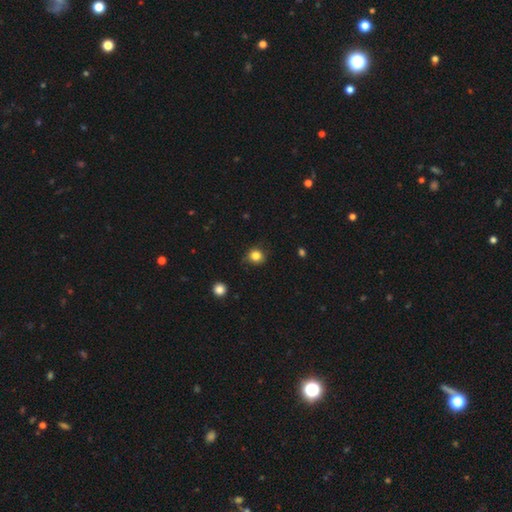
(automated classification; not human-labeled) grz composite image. It shows a smooth galaxy with no disk features (83%) that is round (86%). Merging: none (80%).